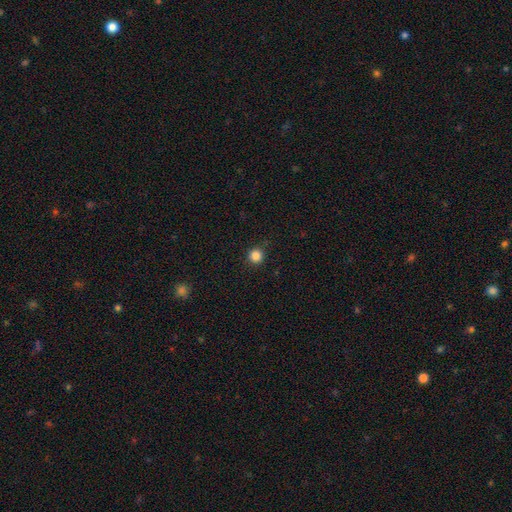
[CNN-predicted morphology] This is clearly a smooth galaxy (85%). How rounded: clearly round (95%). Merging: clearly none (89%).